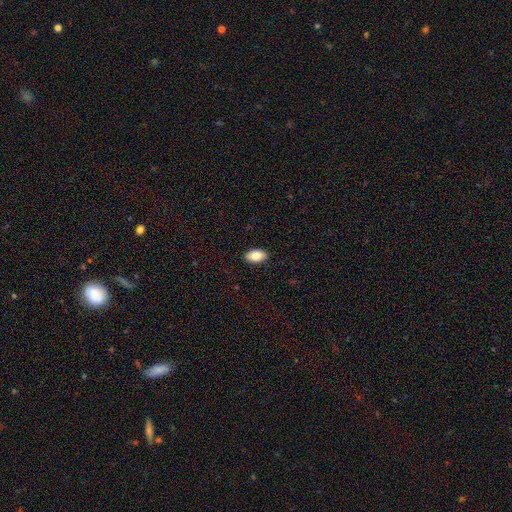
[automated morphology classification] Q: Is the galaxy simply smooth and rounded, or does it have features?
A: smooth — 81%.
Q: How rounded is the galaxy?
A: in between — 94%.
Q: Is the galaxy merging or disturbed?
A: none — 90%.